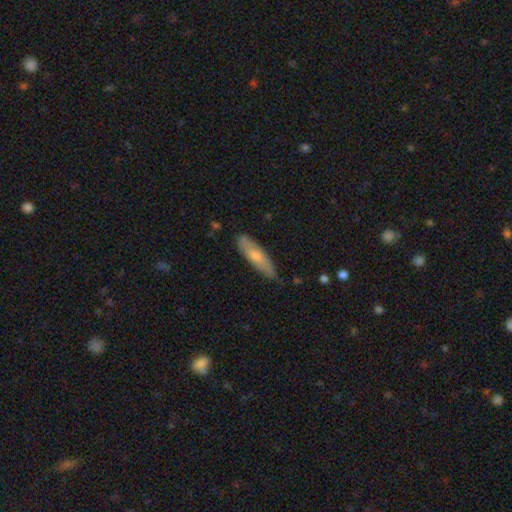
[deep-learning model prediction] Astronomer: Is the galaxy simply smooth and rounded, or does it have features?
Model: smooth — 59% (runner-up: featured or disk, 35%).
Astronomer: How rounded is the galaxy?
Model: cigar-shaped — 65%.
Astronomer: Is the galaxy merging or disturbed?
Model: none — 68%.